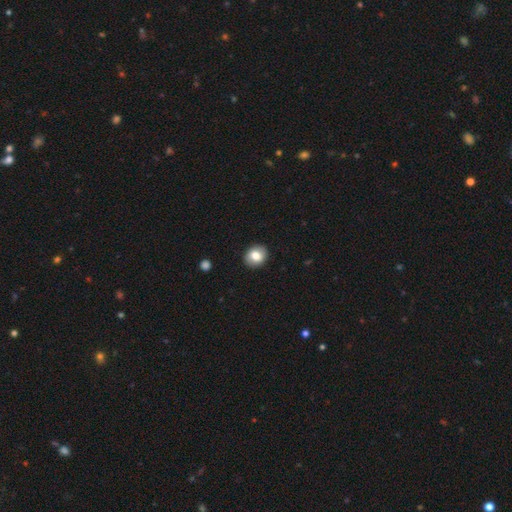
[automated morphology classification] smooth-or-featured: smooth: 79% | featured or disk: 13% | star or artifact: 8%
  how-rounded: round: 64% | in between: 35% | cigar-shaped: 1%
  merging: none: 90% | minor disturbance: 8% | major disturbance: 2% | merger: 1%